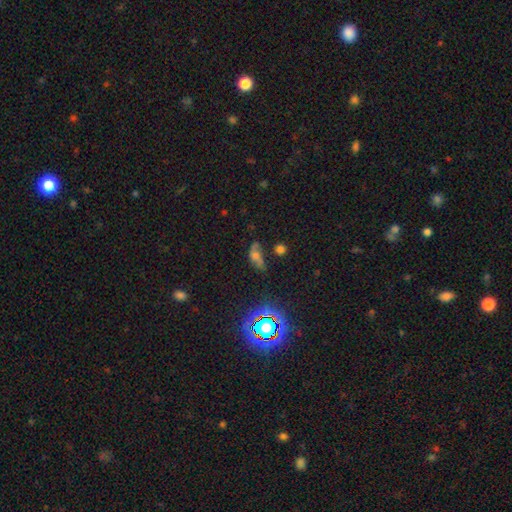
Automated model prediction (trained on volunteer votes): Q: Smooth or featured?
A: smooth (45%); runner-up: featured or disk (30%)
Q: Merging?
A: none (41%); runner-up: minor disturbance (29%)